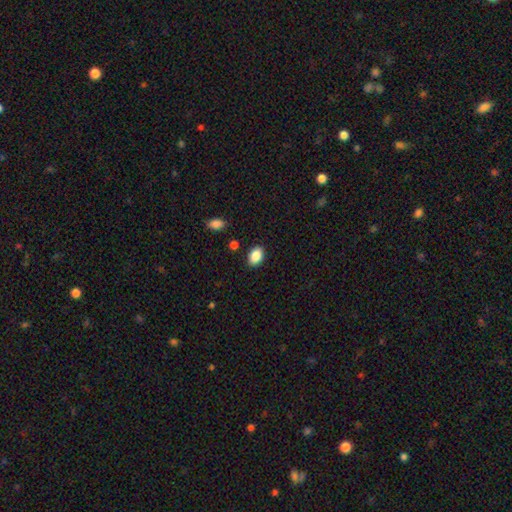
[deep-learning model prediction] The model was most divided on "how rounded": in between: 82%, round: 17%, cigar-shaped: 1%. More confident: smooth or featured — smooth (88%); merging — none (87%).